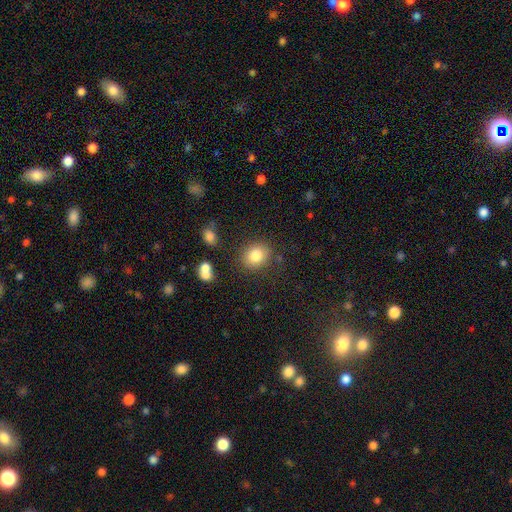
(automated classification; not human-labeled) A smooth galaxy with no disk features (83%) that is round (71%).

Vote fractions:
- Smooth or featured? smooth: 83% / star or artifact: 10% / featured or disk: 7%
- How rounded? round: 71% / in between: 28% / cigar-shaped: 1%
- Merging? none: 83% / minor disturbance: 10% / merger: 3% / major disturbance: 3%